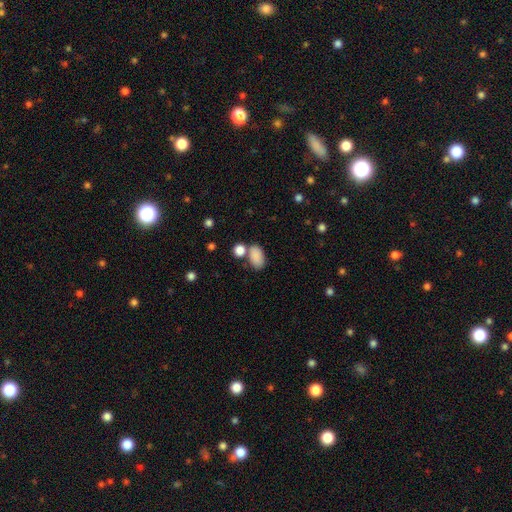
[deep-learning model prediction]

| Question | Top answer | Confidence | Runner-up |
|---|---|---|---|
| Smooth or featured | smooth | 86% | star or artifact (8%) |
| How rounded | in between | 91% | round (8%) |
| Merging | none | 61% | merger (21%) |